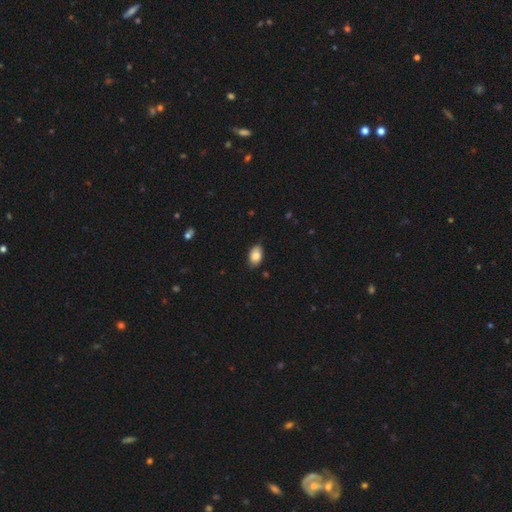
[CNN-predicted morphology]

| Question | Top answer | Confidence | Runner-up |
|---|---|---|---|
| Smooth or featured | smooth | 84% | featured or disk (9%) |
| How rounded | in between | 92% | round (7%) |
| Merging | none | 83% | minor disturbance (14%) |